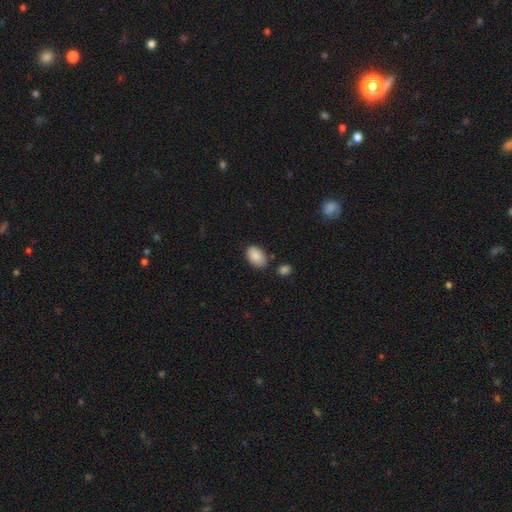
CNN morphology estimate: Smooth or featured: smooth — 88% (star or artifact — 7%)
How rounded: in between — 91% (round — 7%)
Merging: none — 76% (minor disturbance — 15%)